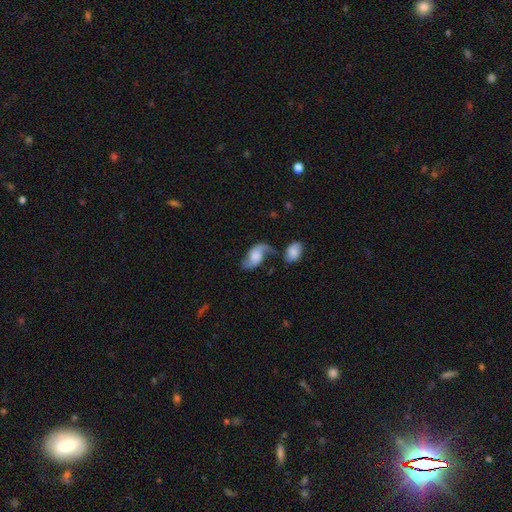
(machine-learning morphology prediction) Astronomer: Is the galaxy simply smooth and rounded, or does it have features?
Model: featured or disk — 65%.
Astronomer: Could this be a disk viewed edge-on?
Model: no — 96%.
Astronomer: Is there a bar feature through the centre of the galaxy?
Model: no — 63%.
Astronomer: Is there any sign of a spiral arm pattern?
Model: yes — 91%.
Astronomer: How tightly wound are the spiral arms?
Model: loose — 70%.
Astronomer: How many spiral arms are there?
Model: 2 — 89%.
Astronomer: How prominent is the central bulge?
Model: large — 29% (runner-up: none, 28%).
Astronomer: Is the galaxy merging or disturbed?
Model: none — 47%.